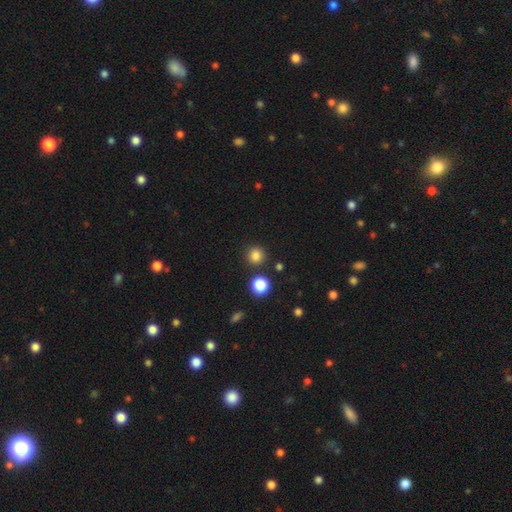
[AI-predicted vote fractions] A smooth galaxy with no disk features (82%) that is round (93%).

Vote fractions:
- Smooth or featured? smooth: 82% / star or artifact: 14% / featured or disk: 4%
- How rounded? round: 93% / in between: 6% / cigar-shaped: 1%
- Merging? none: 88% / minor disturbance: 6% / merger: 4% / major disturbance: 2%